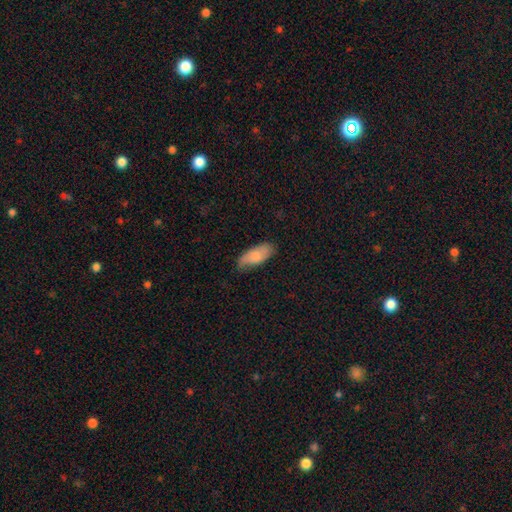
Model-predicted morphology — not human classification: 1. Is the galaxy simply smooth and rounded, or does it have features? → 80% smooth, 14% featured or disk, 6% star or artifact.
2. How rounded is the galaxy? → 85% in between, 13% cigar-shaped, 2% round.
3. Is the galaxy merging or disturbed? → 69% none, 25% minor disturbance, 4% major disturbance, 1% merger.